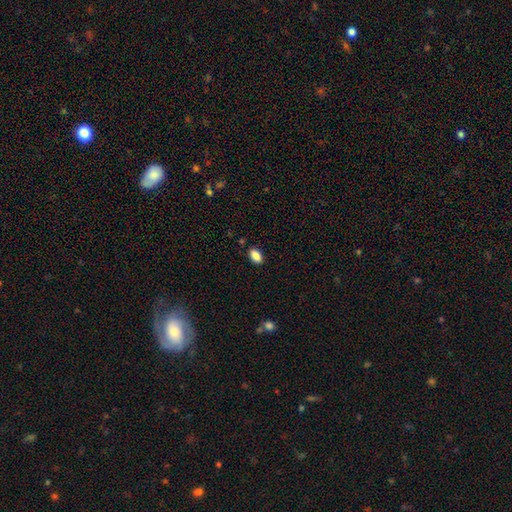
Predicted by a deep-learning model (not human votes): Smooth or featured? smooth (87%)
How rounded? in between (91%)
Merging? none (87%)